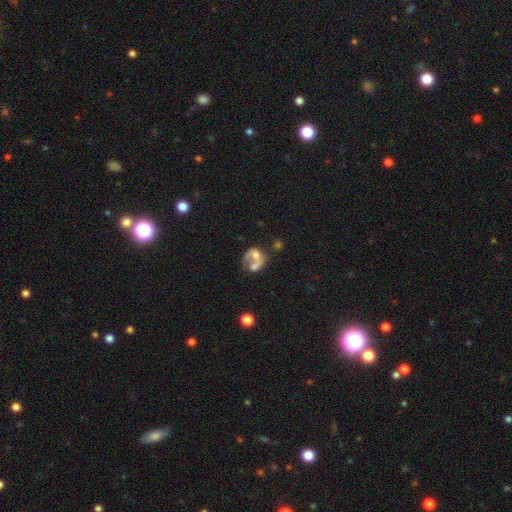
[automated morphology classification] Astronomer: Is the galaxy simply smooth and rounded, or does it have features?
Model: featured or disk — 50% (runner-up: smooth, 40%).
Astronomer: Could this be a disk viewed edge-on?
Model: no — 98%.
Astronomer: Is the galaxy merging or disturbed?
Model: merger — 45% (runner-up: none, 22%).